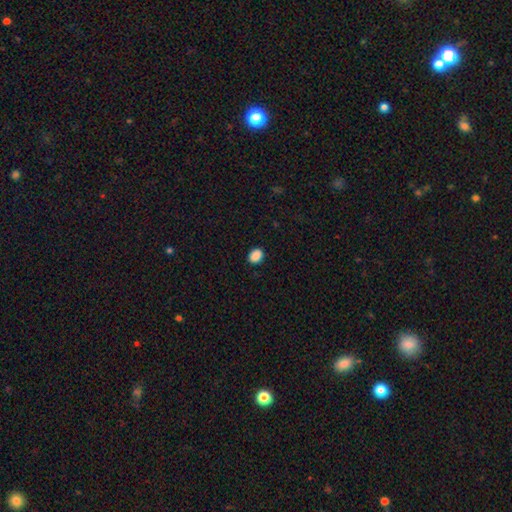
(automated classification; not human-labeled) Smooth or featured: smooth — 89% (star or artifact — 8%)
How rounded: in between — 63% (round — 36%)
Merging: none — 89% (minor disturbance — 8%)